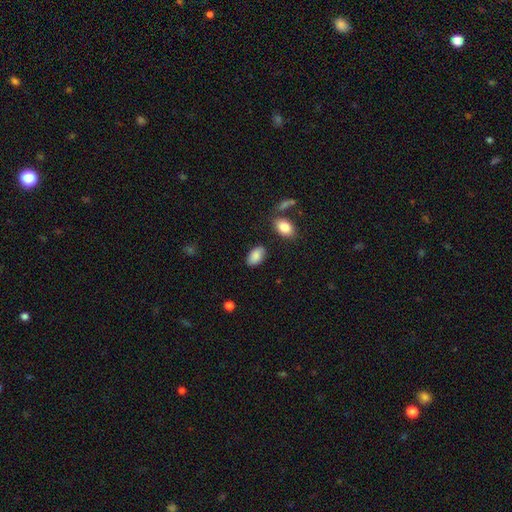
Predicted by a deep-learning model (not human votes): The model was most divided on "merging": none: 80%, minor disturbance: 14%, major disturbance: 3%, merger: 3%. More confident: how rounded — in between (92%); smooth or featured — smooth (87%).